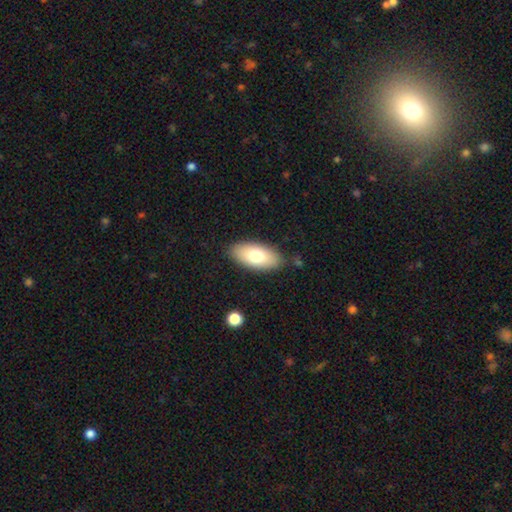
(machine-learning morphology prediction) This is likely a smooth galaxy (74%). How rounded: clearly in between (91%). Merging: clearly none (85%).